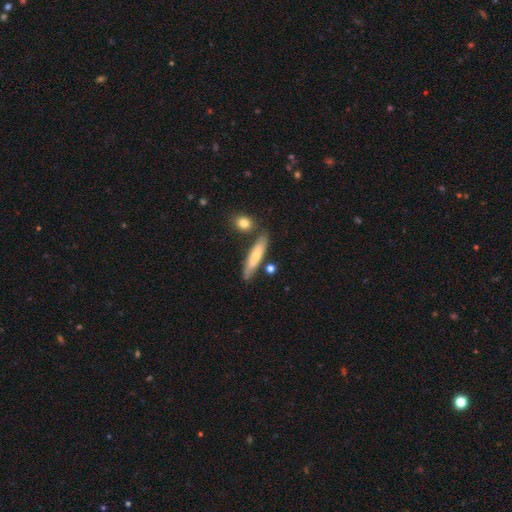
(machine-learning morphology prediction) Smooth or featured?
  - smooth: 62% *
  - featured or disk: 33%
  - star or artifact: 6%
How rounded?
  - cigar-shaped: 79% *
  - in between: 19%
  - round: 2%
Merging?
  - none: 75% *
  - minor disturbance: 14%
  - merger: 8%
  - major disturbance: 3%